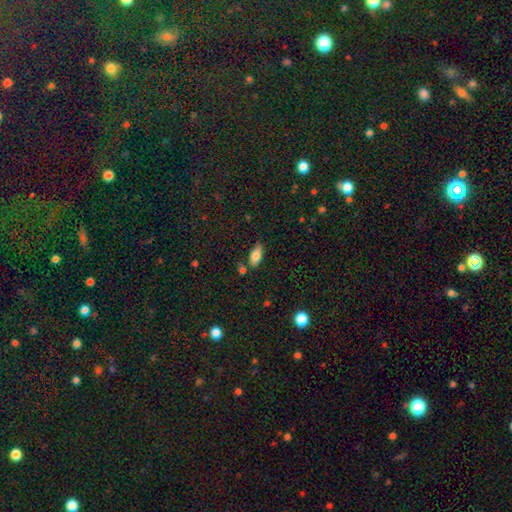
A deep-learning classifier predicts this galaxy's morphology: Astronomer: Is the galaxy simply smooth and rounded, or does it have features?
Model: smooth — 80%.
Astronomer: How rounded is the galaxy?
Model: in between — 86%.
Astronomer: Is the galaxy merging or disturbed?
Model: none — 74%.